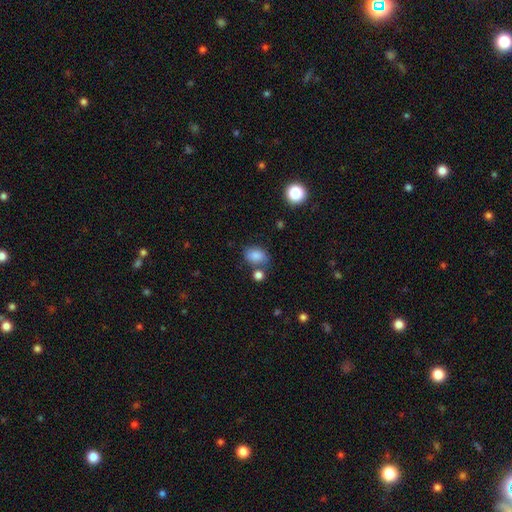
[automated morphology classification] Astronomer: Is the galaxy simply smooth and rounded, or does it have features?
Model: smooth — 83%.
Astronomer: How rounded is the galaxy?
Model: in between — 73%.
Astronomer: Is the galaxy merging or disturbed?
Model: none — 63%.